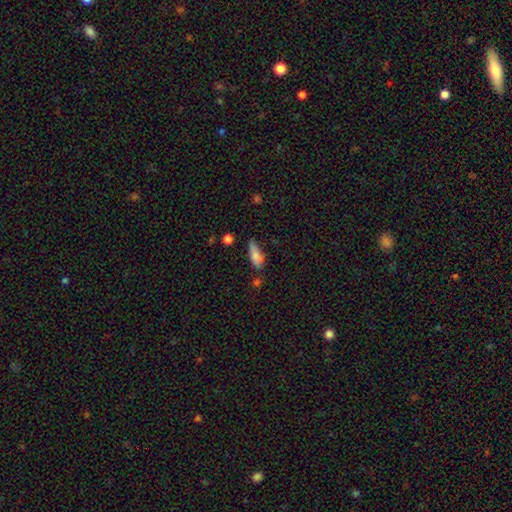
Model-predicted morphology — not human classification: smooth 80%, featured or disk 12%, star or artifact 8%. Down the decision tree: how rounded — in between (72%); merging — none (47%).